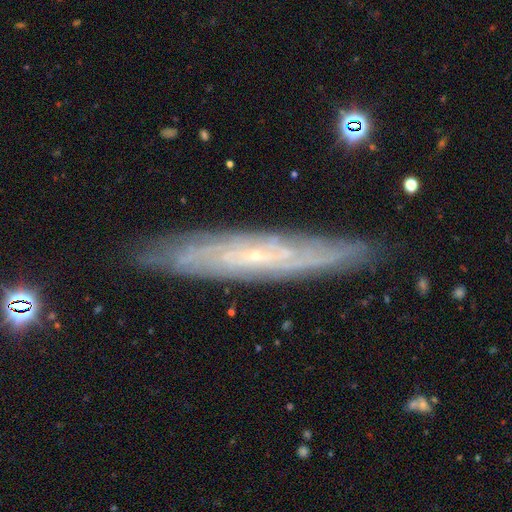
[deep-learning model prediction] Smooth or featured?
  - featured or disk: 76% *
  - smooth: 16%
  - star or artifact: 7%
Edge-on disk?
  - yes: 53% *
  - no: 47%
Merging?
  - none: 85% *
  - minor disturbance: 12%
  - major disturbance: 2%
  - merger: 1%